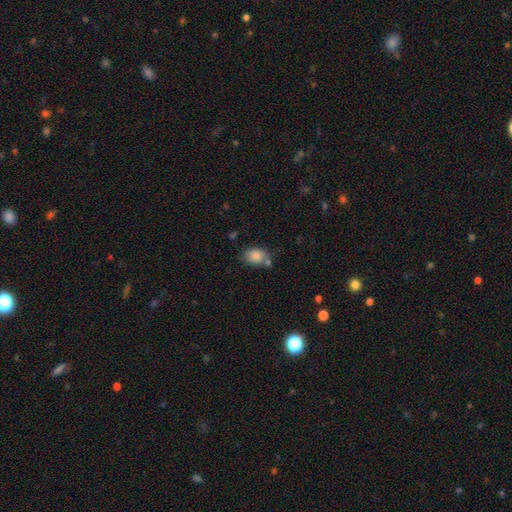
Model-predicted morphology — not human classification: This appears to be a smooth galaxy with no disk features (85%) that is in between round and cigar-shaped (74%). Merging: none (62%).